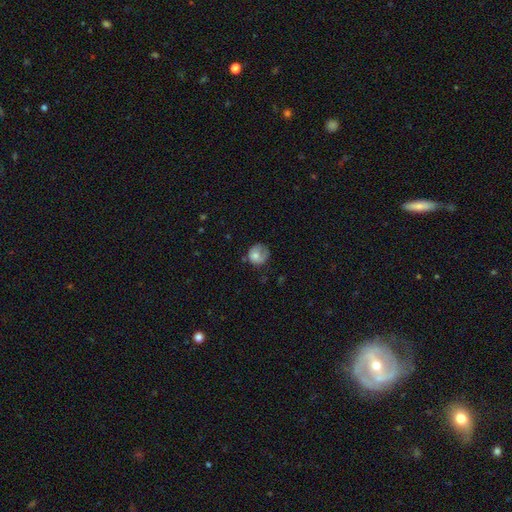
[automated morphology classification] Smooth or featured?
  - smooth: 66% *
  - featured or disk: 26%
  - star or artifact: 8%
How rounded?
  - round: 74% *
  - in between: 25%
  - cigar-shaped: 1%
Merging?
  - none: 45% *
  - minor disturbance: 31%
  - major disturbance: 22%
  - merger: 3%